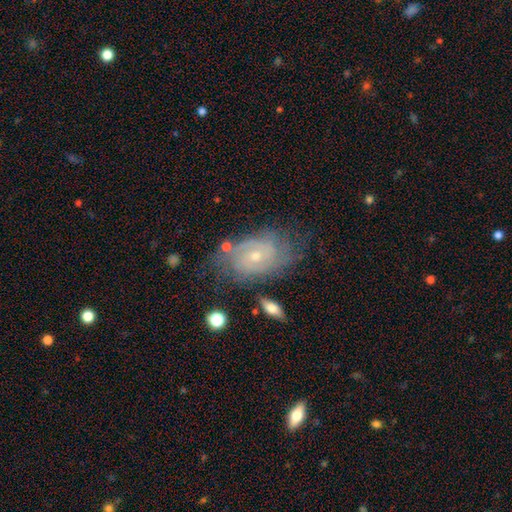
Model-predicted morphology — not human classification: A featured or disk galaxy (80%) with no bar (71%), tight (65%) spiral arms (92%) and a small central bulge (62%). Merging: none (63%).